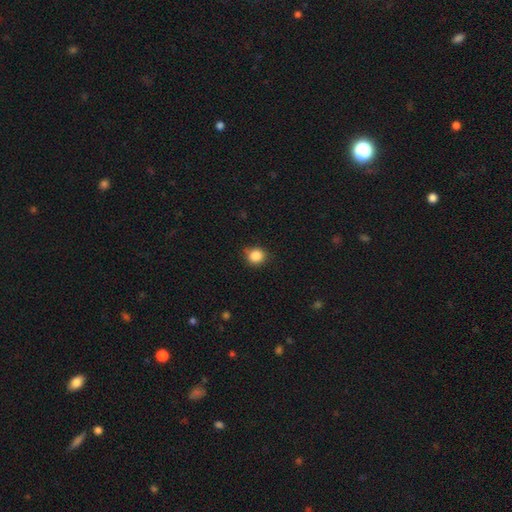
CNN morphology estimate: type=smooth (86%); roundness=round (83%); merging=none (78%).